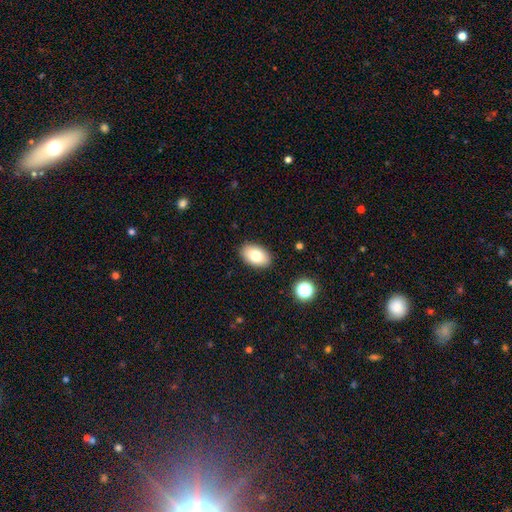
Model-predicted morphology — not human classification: Q: Smooth or featured?
A: smooth (80%); runner-up: featured or disk (12%)
Q: How rounded?
A: in between (90%); runner-up: round (8%)
Q: Merging?
A: none (88%); runner-up: minor disturbance (8%)